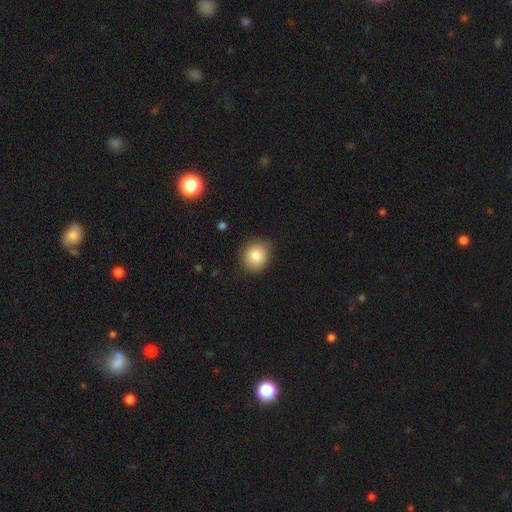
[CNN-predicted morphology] type=smooth (83%); roundness=round (71%); merging=none (82%).